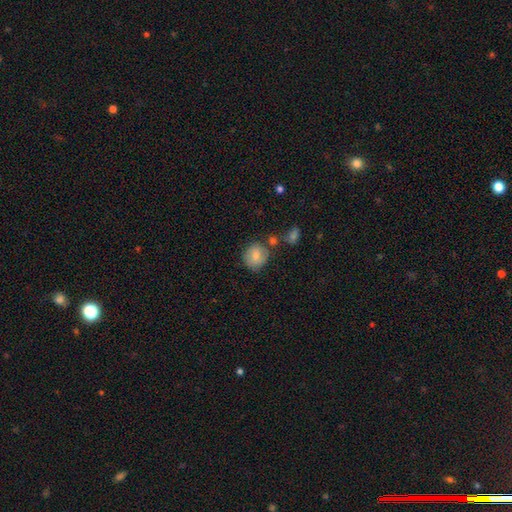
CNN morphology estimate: Smooth or featured: smooth — 79% (featured or disk — 13%)
How rounded: round — 78% (in between — 21%)
Merging: none — 67% (minor disturbance — 18%)